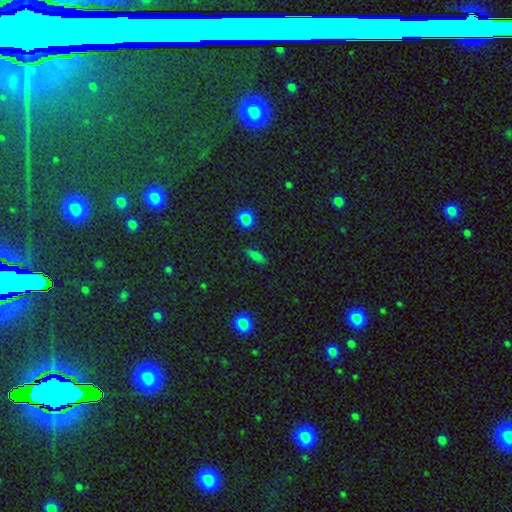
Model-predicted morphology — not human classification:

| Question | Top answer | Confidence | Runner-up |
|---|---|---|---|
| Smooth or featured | smooth | 74% | star or artifact (17%) |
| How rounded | in between | 67% | cigar-shaped (26%) |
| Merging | none | 83% | minor disturbance (11%) |